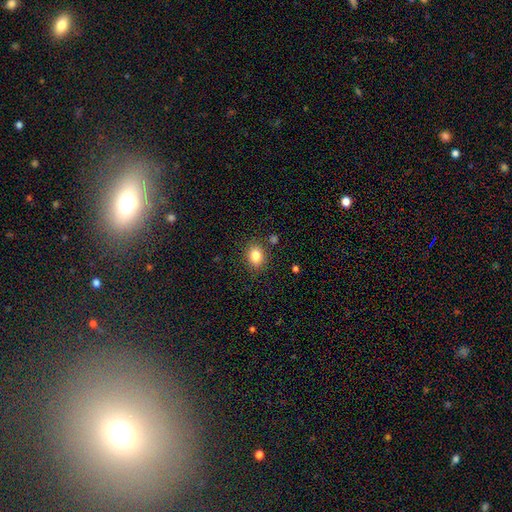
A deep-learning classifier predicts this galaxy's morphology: smooth_or_featured: smooth (p=0.84) [alt: star or artifact p=0.10]
how_rounded: in between (p=0.56) [alt: round p=0.43]
merging: none (p=0.84) [alt: minor disturbance p=0.10]